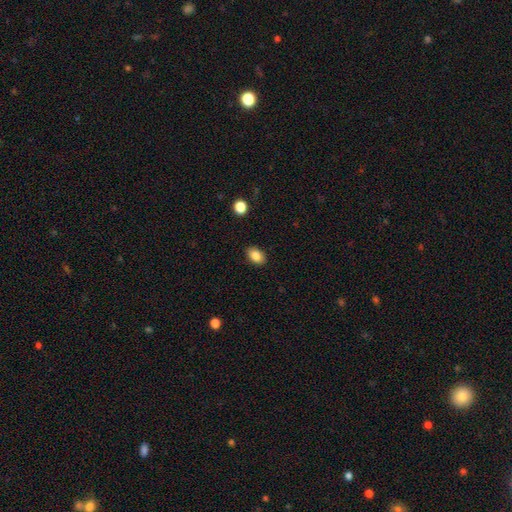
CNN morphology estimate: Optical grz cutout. It shows a smooth galaxy with no disk features (85%) that is in between round and cigar-shaped (86%). Merging: none (88%).